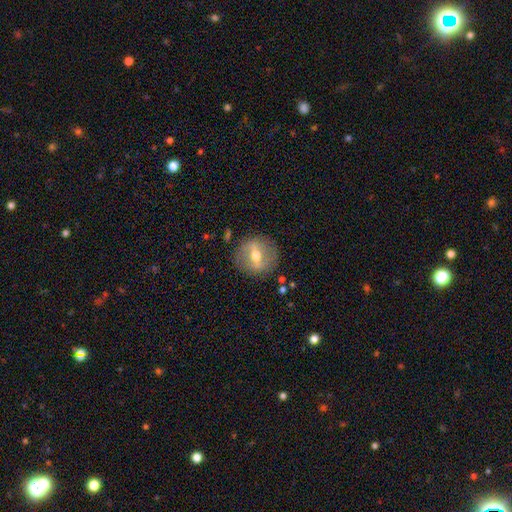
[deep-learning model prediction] Smooth or featured? Predicted: featured or disk (p=0.65). Edge-on disk? Predicted: no (p=0.76). Merging? Predicted: none (p=0.85).